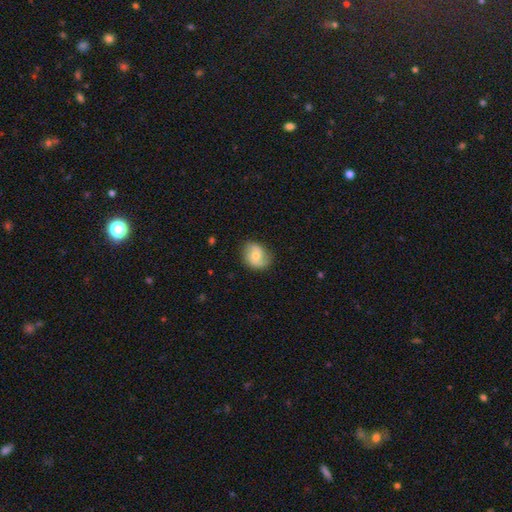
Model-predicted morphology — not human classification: smooth-or-featured: featured or disk: 49% | smooth: 43% | star or artifact: 8%
  merging: none: 71% | minor disturbance: 22% | major disturbance: 6% | merger: 1%